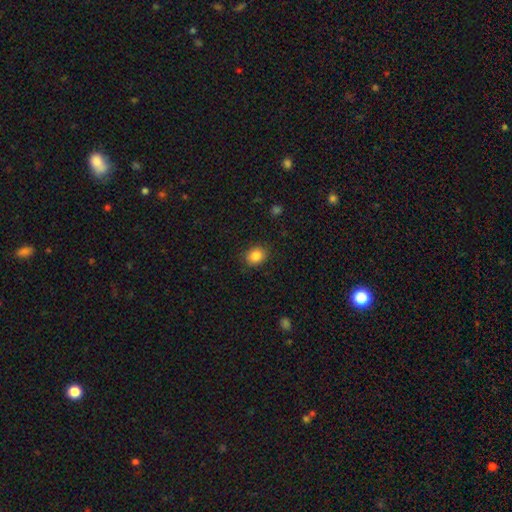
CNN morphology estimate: Overall: smooth (86%). How rounded: round (55%; in between 44%). Merging: none (85%).